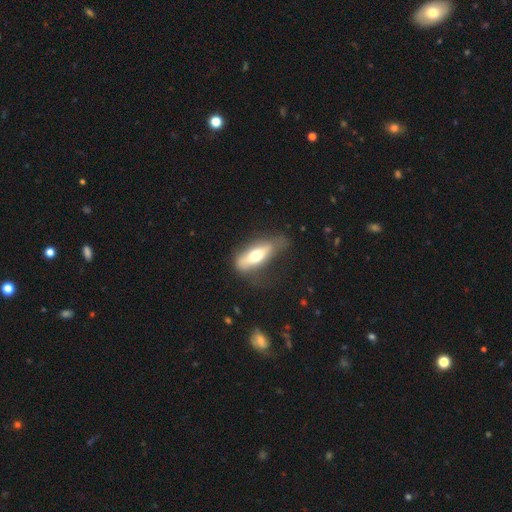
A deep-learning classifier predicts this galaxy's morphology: smooth_or_featured: smooth (p=0.56) [alt: featured or disk p=0.38]
how_rounded: in between (p=0.56) [alt: cigar-shaped p=0.41]
merging: none (p=0.54) [alt: minor disturbance p=0.28]